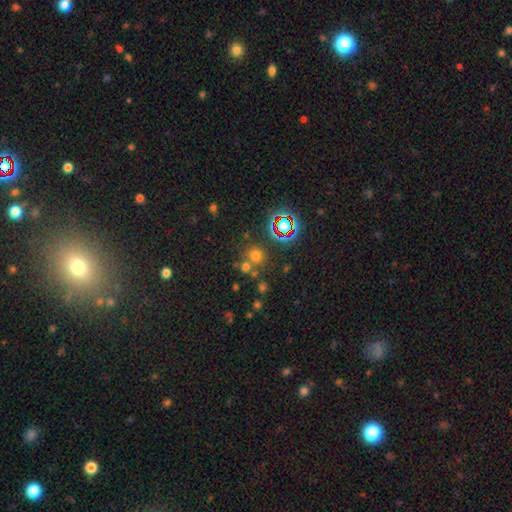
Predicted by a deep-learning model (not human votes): Morphology: type=smooth (60%); roundness=round (88%); merging=none (67%).